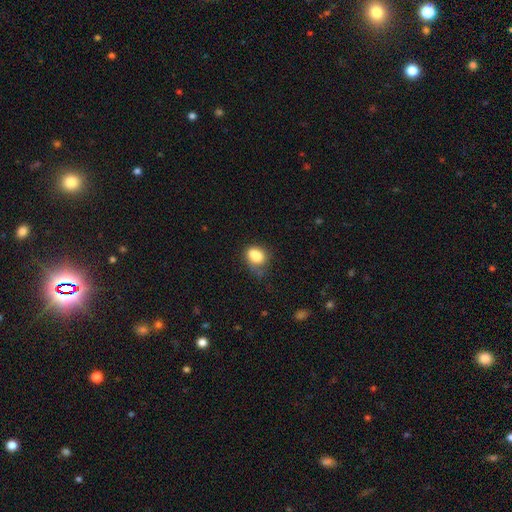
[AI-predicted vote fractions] The model was most divided on "merging": none: 48%, minor disturbance: 33%, major disturbance: 11%, merger: 7%. More confident: smooth or featured — smooth (82%); how rounded — in between (60%).